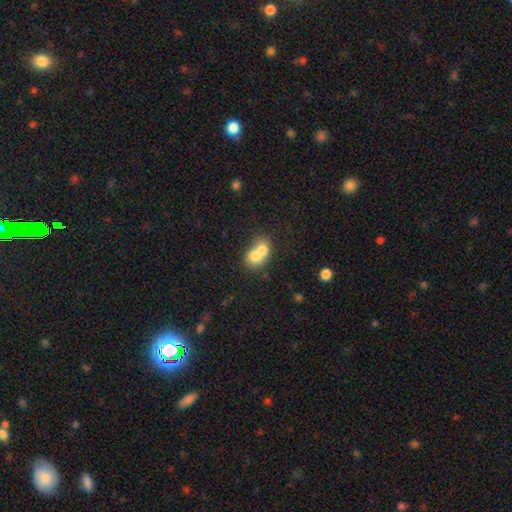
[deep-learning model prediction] This is likely a smooth galaxy (70%). How rounded: possibly round (58%). Merging: likely merger (74%).